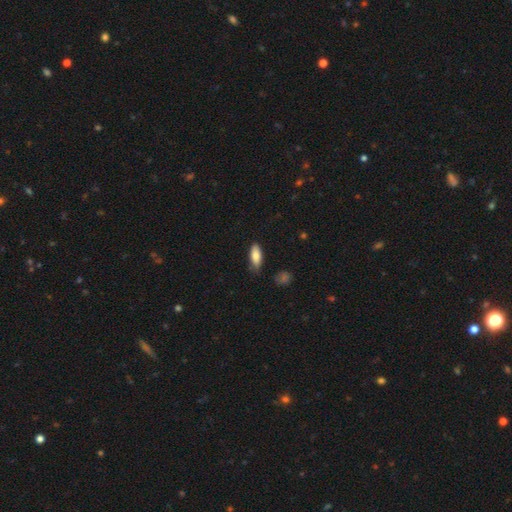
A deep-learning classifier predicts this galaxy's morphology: type=smooth (83%); roundness=in between (79%); merging=none (70%).